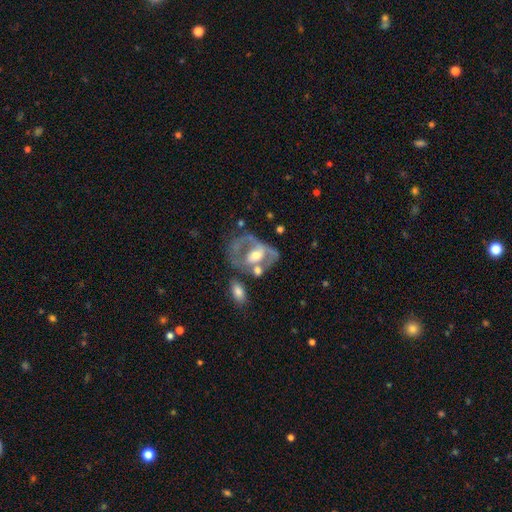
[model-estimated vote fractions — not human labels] Smooth or featured?
  - featured or disk: 68% *
  - smooth: 25%
  - star or artifact: 7%
Edge-on disk?
  - no: 95% *
  - yes: 5%
Bar?
  - no: 56% *
  - weak: 29%
  - strong: 15%
Spiral arms?
  - no: 62% *
  - yes: 38%
Bulge size?
  - moderate: 62% *
  - small: 20%
  - large: 13%
  - none: 3%
  - dominant: 2%
Merging?
  - none: 33% *
  - major disturbance: 27%
  - merger: 23%
  - minor disturbance: 17%